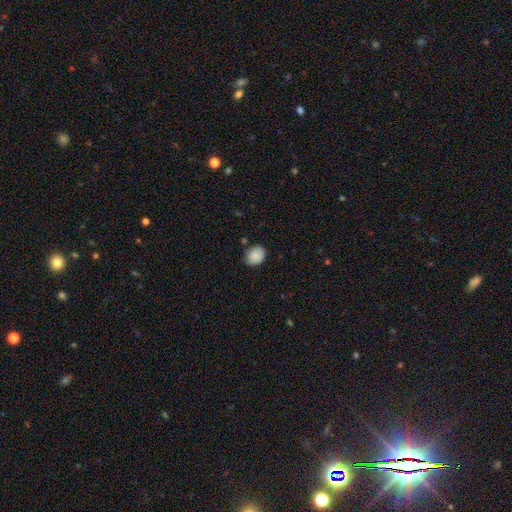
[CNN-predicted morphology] A smooth galaxy with no disk features (87%) that is round (50%).

Vote fractions:
- Smooth or featured? smooth: 87% / star or artifact: 8% / featured or disk: 5%
- How rounded? round: 50% / in between: 49% / cigar-shaped: 1%
- Merging? none: 78% / minor disturbance: 17% / major disturbance: 3% / merger: 2%